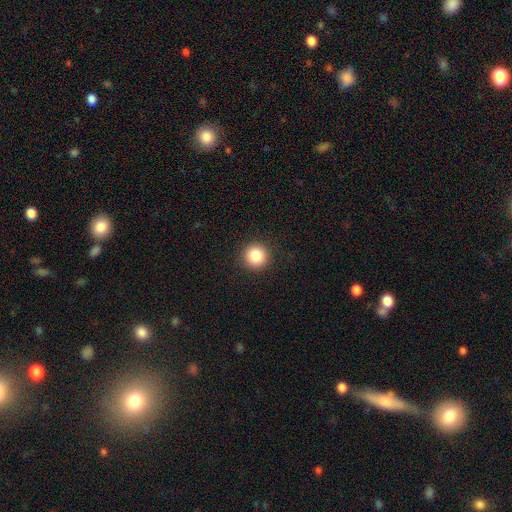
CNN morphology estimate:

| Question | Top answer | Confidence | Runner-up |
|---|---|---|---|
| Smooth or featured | smooth | 85% | star or artifact (10%) |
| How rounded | round | 95% | in between (4%) |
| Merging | none | 92% | minor disturbance (5%) |